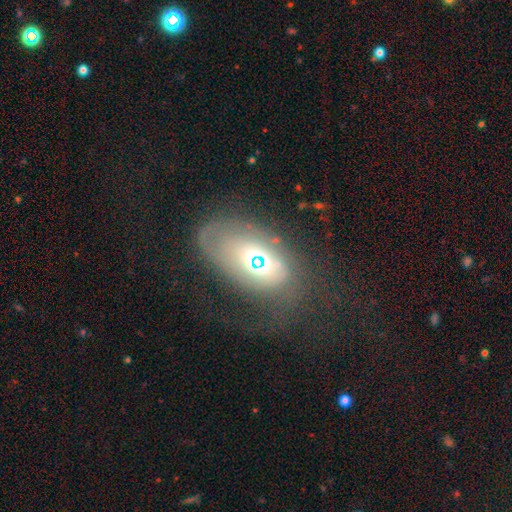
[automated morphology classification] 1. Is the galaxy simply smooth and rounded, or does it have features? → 49% featured or disk, 36% smooth, 15% star or artifact.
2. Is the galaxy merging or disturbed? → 47% none, 27% major disturbance, 22% minor disturbance, 4% merger.